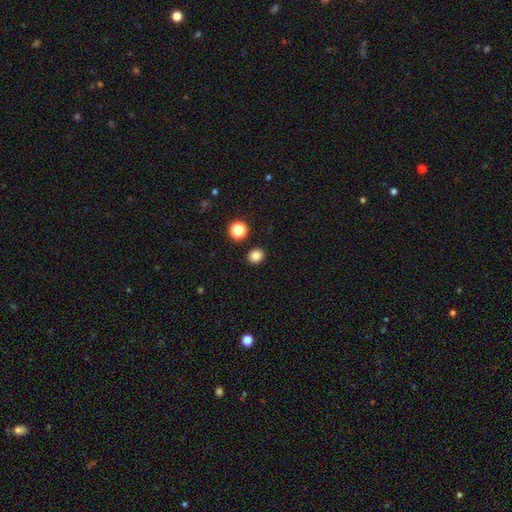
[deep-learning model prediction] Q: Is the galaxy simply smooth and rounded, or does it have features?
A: smooth — 84%.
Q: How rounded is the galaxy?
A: round — 73%.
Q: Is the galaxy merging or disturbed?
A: none — 89%.